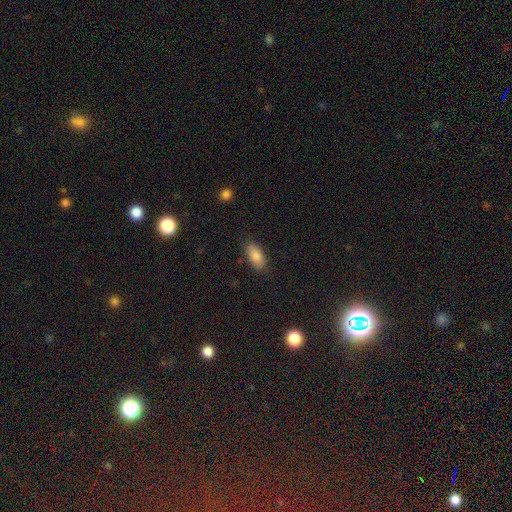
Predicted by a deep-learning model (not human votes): Smooth or featured? Predicted: smooth (p=0.84). How rounded? Predicted: in between (p=0.88). Merging? Predicted: none (p=0.85).